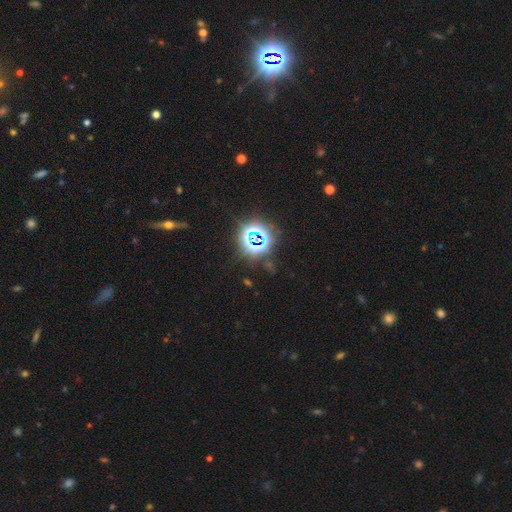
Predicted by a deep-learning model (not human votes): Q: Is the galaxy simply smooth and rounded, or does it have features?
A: star or artifact — 82%.